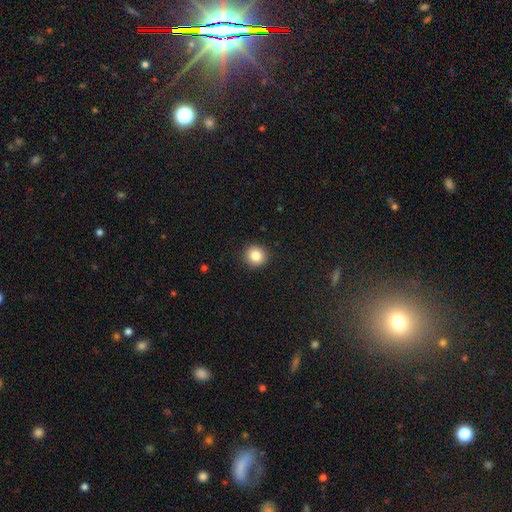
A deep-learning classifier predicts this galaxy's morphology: Q: Smooth or featured?
A: smooth (84%); runner-up: star or artifact (10%)
Q: How rounded?
A: round (92%); runner-up: in between (7%)
Q: Merging?
A: none (92%); runner-up: minor disturbance (5%)